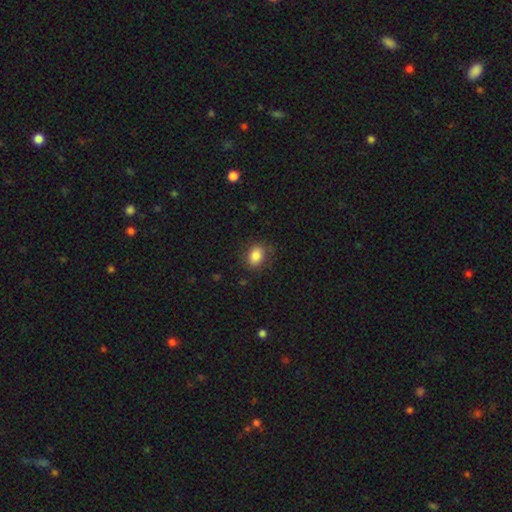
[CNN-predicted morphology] smooth-or-featured: smooth: 85% | star or artifact: 9% | featured or disk: 6%
  how-rounded: in between: 72% | round: 27% | cigar-shaped: 1%
  merging: none: 79% | minor disturbance: 15% | major disturbance: 4% | merger: 1%